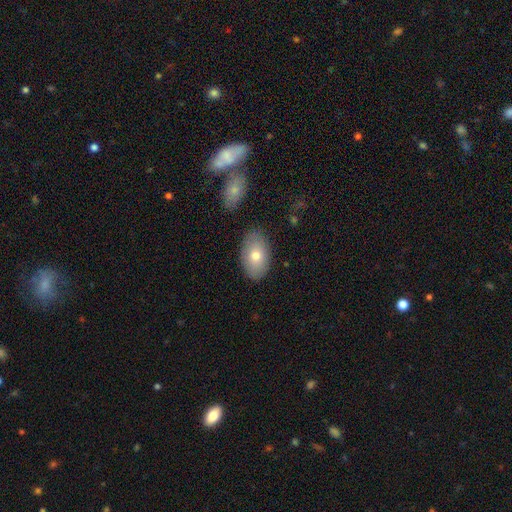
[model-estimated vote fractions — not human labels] Overall: smooth (76%). How rounded: in between (93%). Merging: none (84%).